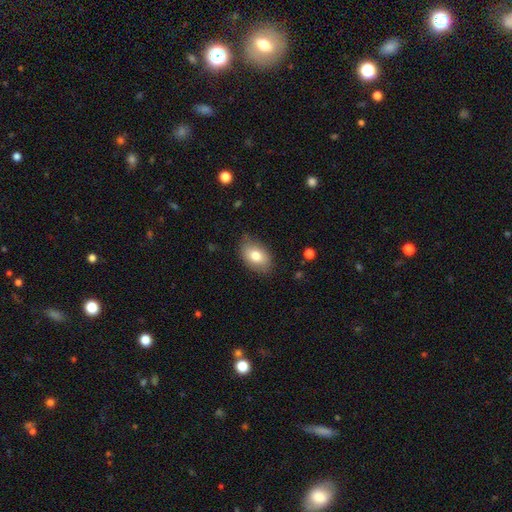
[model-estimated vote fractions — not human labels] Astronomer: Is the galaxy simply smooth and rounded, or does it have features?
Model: smooth — 78%.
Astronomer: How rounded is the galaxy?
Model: in between — 89%.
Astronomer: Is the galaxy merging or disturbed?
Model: none — 79%.